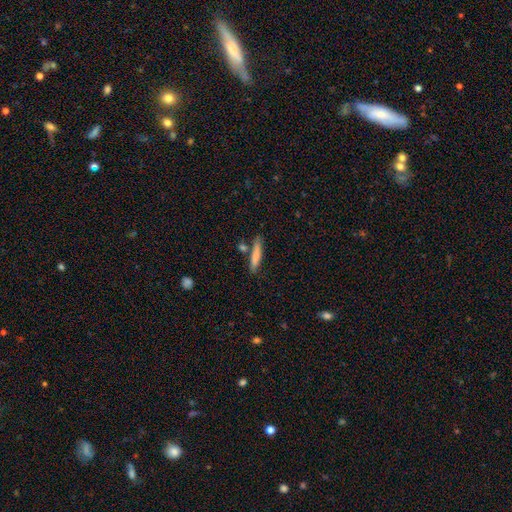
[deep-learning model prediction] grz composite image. It shows a smooth galaxy with no disk features (78%) that is cigar-shaped (89%). Merging: none (75%).